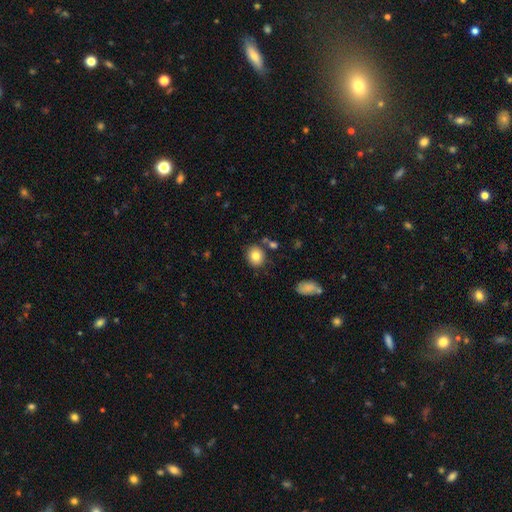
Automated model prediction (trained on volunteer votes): A smooth galaxy with no disk features (81%) that is round (72%). Merging: none (81%).